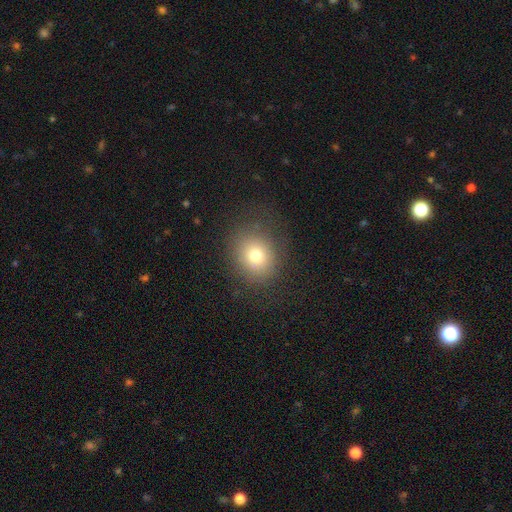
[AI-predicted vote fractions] Smooth or featured?
  - smooth: 75% *
  - star or artifact: 14%
  - featured or disk: 11%
How rounded?
  - round: 71% *
  - in between: 28%
  - cigar-shaped: 1%
Merging?
  - none: 81% *
  - minor disturbance: 11%
  - major disturbance: 6%
  - merger: 1%